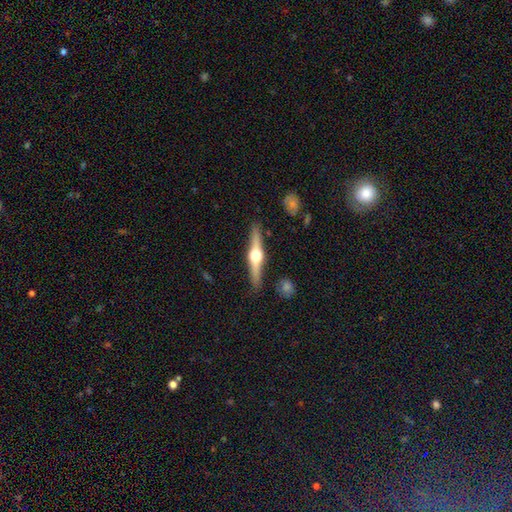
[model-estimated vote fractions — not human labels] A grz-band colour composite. It shows a featured or disk galaxy (77%) viewed edge-on (98%) with a rounded central bulge (96%). Merging: none (90%).